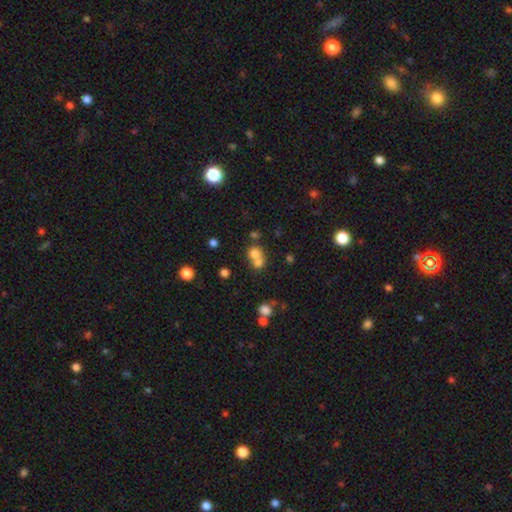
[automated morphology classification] Smooth or featured?
  - smooth: 71% *
  - featured or disk: 15%
  - star or artifact: 15%
How rounded?
  - round: 77% *
  - in between: 22%
  - cigar-shaped: 1%
Merging?
  - merger: 58% *
  - none: 33%
  - minor disturbance: 6%
  - major disturbance: 3%